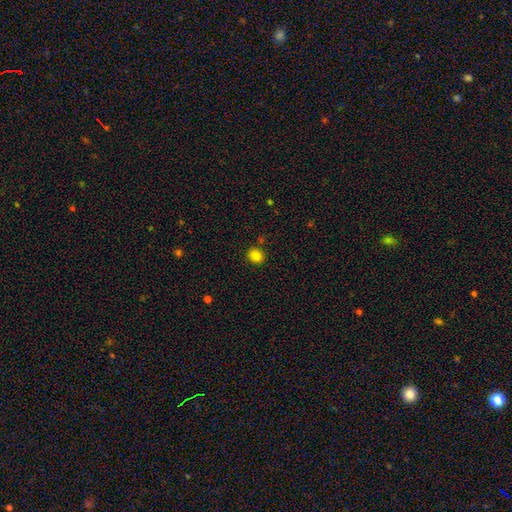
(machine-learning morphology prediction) Q: Smooth or featured?
A: smooth (83%); runner-up: star or artifact (12%)
Q: How rounded?
A: round (73%); runner-up: in between (26%)
Q: Merging?
A: none (86%); runner-up: minor disturbance (8%)